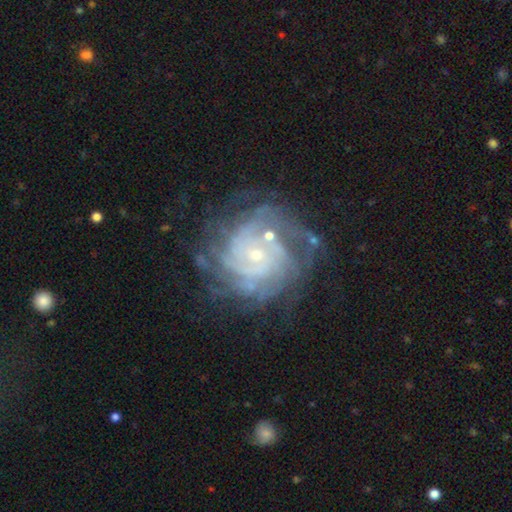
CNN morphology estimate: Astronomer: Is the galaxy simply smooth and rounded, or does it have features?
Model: featured or disk — 86%.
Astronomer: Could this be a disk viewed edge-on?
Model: no — 98%.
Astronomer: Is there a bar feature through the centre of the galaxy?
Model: no — 72%.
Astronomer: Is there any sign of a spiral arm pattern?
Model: yes — 95%.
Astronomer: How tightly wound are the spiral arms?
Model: tight — 71%.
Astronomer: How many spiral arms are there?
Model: can't tell — 32% (runner-up: 4, 22%).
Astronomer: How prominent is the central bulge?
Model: small — 75%.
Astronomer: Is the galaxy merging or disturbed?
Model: none — 65%.